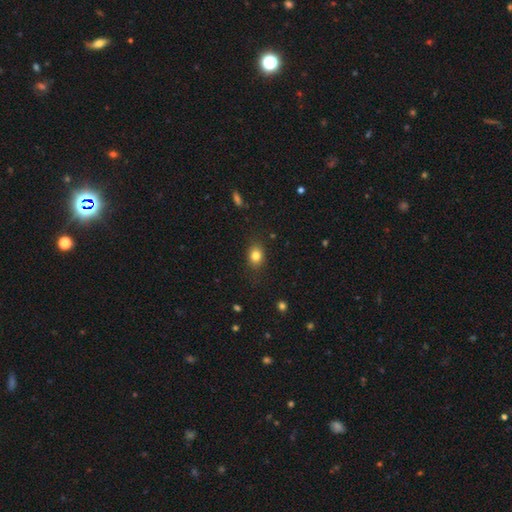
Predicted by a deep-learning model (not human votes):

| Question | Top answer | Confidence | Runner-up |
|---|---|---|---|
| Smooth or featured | smooth | 82% | star or artifact (10%) |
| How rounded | in between | 61% | round (38%) |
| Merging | none | 83% | minor disturbance (12%) |